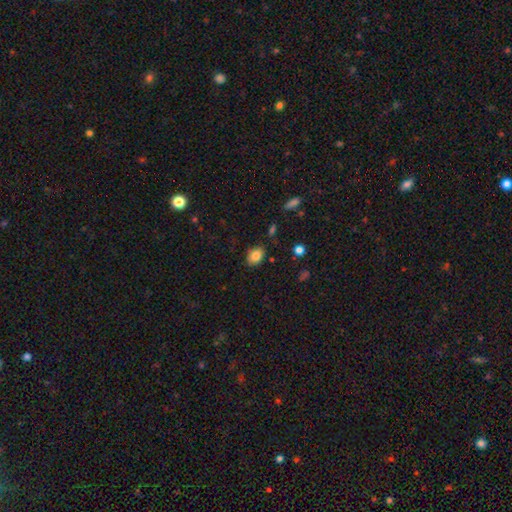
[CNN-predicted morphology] A smooth galaxy with no disk features (84%) that is in between round and cigar-shaped (76%).

Vote fractions:
- Smooth or featured? smooth: 84% / star or artifact: 9% / featured or disk: 7%
- How rounded? in between: 76% / round: 22% / cigar-shaped: 1%
- Merging? none: 81% / minor disturbance: 13% / major disturbance: 3% / merger: 2%